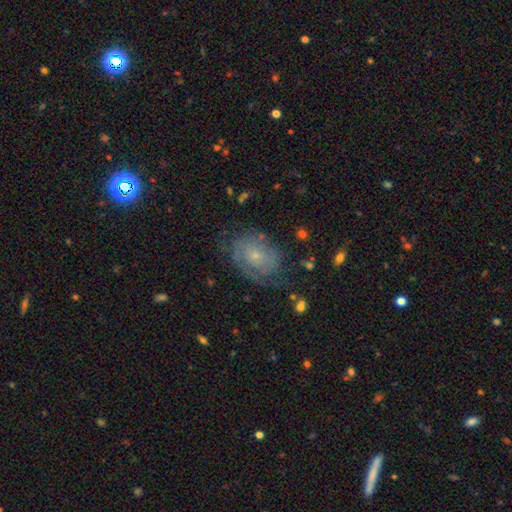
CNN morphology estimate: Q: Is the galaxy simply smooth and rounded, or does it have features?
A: featured or disk — 66%.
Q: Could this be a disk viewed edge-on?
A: no — 97%.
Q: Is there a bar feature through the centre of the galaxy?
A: no — 79%.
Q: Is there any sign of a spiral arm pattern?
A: yes — 84%.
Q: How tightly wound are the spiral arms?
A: tight — 59%.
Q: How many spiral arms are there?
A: can't tell — 44%.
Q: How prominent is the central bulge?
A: small — 72%.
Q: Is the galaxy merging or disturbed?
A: none — 62%.